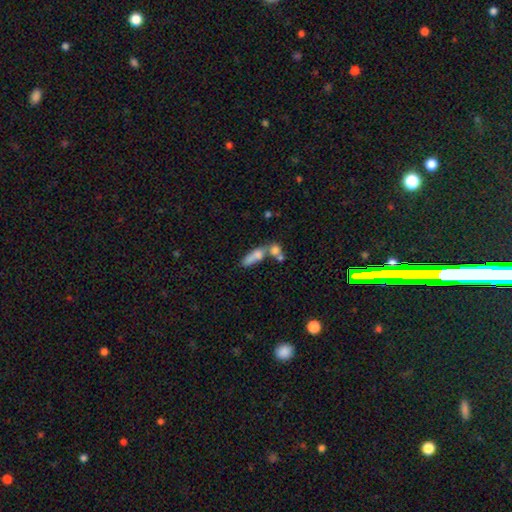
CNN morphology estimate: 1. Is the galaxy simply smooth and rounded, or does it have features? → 67% smooth, 23% featured or disk, 10% star or artifact.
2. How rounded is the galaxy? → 55% in between, 36% cigar-shaped, 10% round.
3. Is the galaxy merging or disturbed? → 54% merger, 25% none, 11% minor disturbance, 10% major disturbance.